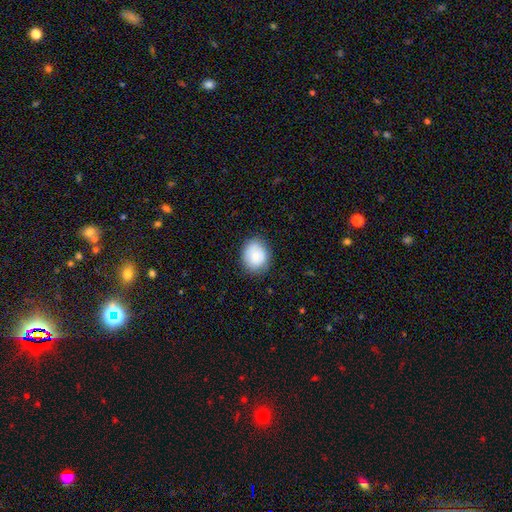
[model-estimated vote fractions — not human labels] The model was most divided on "how rounded": round: 66%, in between: 33%, cigar-shaped: 1%. More confident: smooth or featured — smooth (81%); merging — none (80%).